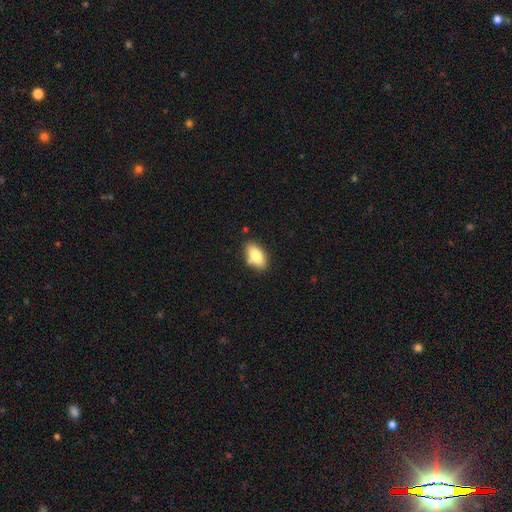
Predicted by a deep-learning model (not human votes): A smooth galaxy with no disk features (82%) that is in between round and cigar-shaped (92%). Merging: none (80%).